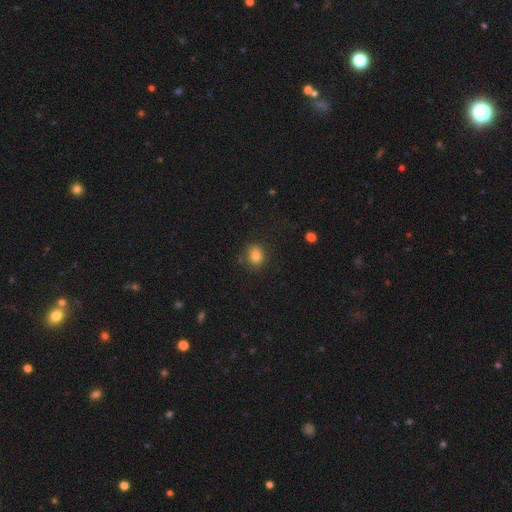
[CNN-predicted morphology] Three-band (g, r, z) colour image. It shows a smooth galaxy with no disk features (82%) that is round (60%). Merging: none (79%).